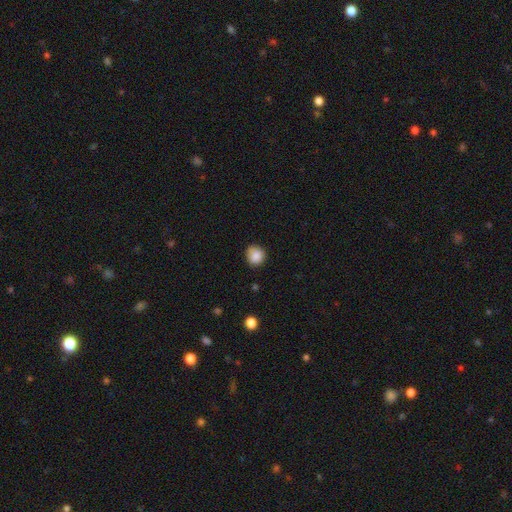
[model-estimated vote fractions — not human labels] Overall: smooth (87%). How rounded: round (88%). Merging: none (84%).